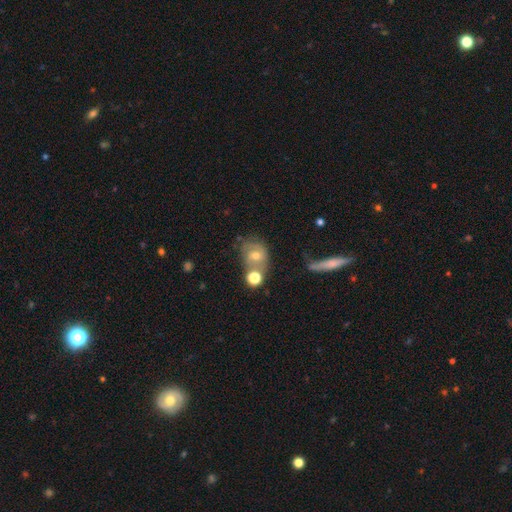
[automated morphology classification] Smooth or featured: smooth — 48% (featured or disk — 39%)
Merging: none — 40% (merger — 29%)